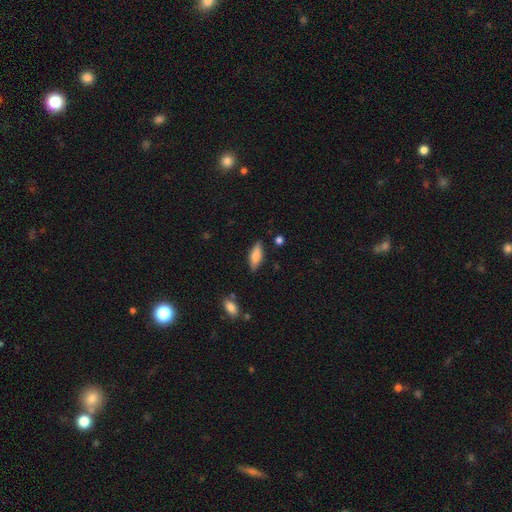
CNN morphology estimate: smooth-or-featured: smooth: 73% | featured or disk: 20% | star or artifact: 7%
  how-rounded: in between: 62% | cigar-shaped: 36% | round: 2%
  merging: none: 82% | minor disturbance: 14% | major disturbance: 3% | merger: 2%